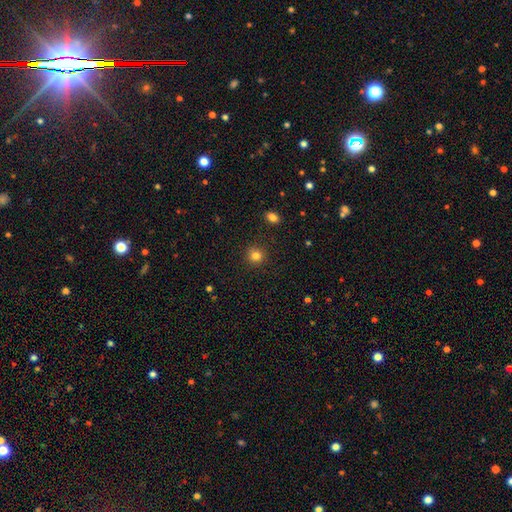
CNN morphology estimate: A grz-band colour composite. It shows a smooth galaxy with no disk features (81%) that is round (90%). Merging: none (89%).